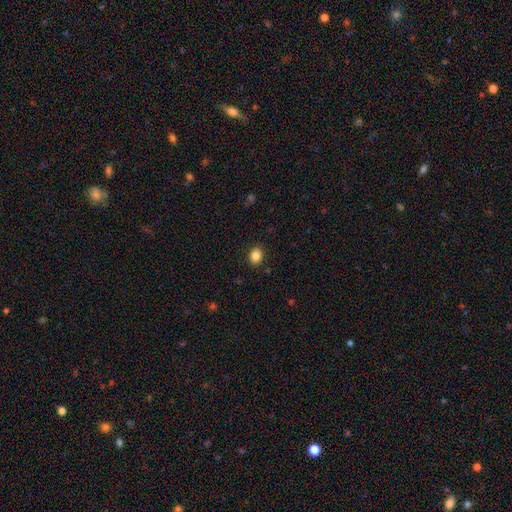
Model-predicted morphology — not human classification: This appears to be a smooth galaxy with no disk features (86%) that is in between round and cigar-shaped (51%). Merging: none (89%).